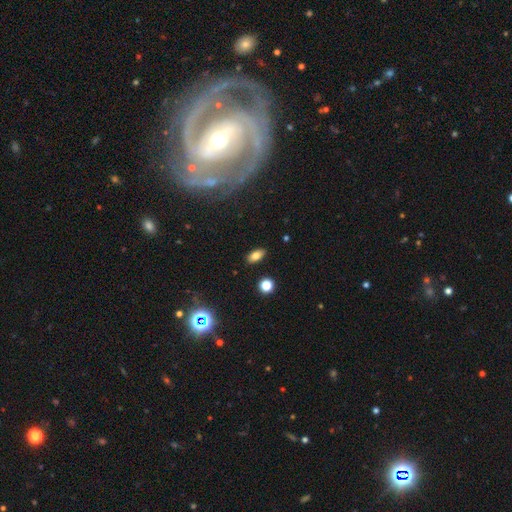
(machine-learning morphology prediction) Smooth or featured: smooth — 79% (star or artifact — 11%)
How rounded: in between — 89% (round — 6%)
Merging: none — 87% (minor disturbance — 9%)